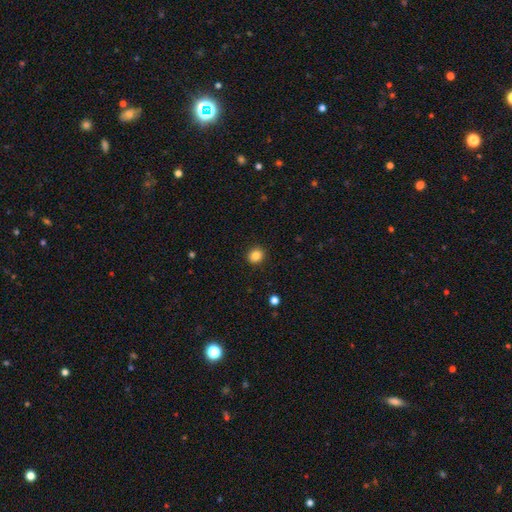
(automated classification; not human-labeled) Smooth or featured? smooth (85%)
How rounded? round (77%)
Merging? none (91%)